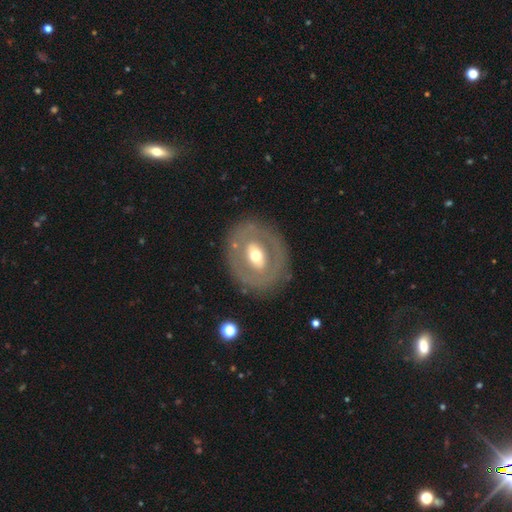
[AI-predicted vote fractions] Smooth or featured: featured or disk — 69% (smooth — 23%)
Edge-on disk: no — 92% (yes — 8%)
Bar: weak — 36% (no — 32%)
Spiral arms: no — 70% (yes — 30%)
Bulge size: moderate — 68% (small — 23%)
Merging: none — 81% (minor disturbance — 12%)